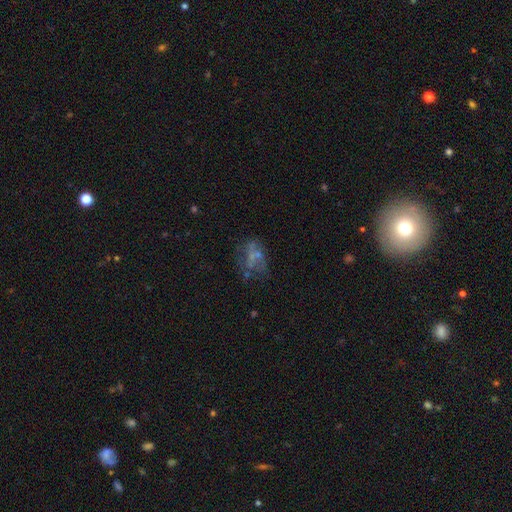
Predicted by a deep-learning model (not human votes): A featured or disk galaxy (49%). Merging: none (47%).